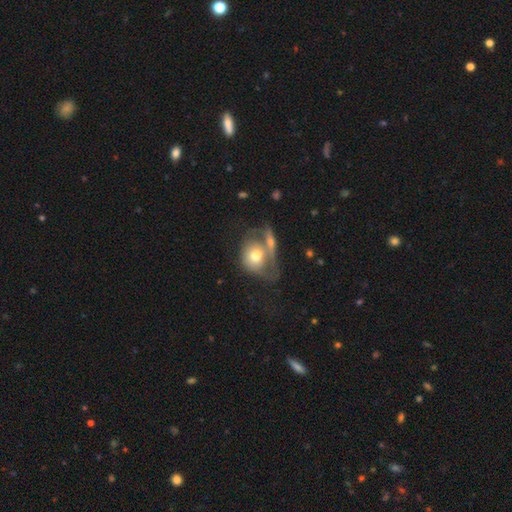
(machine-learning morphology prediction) Smooth or featured?
  - smooth: 63% *
  - featured or disk: 30%
  - star or artifact: 7%
How rounded?
  - round: 51% *
  - in between: 47%
  - cigar-shaped: 2%
Merging?
  - merger: 45% *
  - none: 23%
  - major disturbance: 17%
  - minor disturbance: 14%